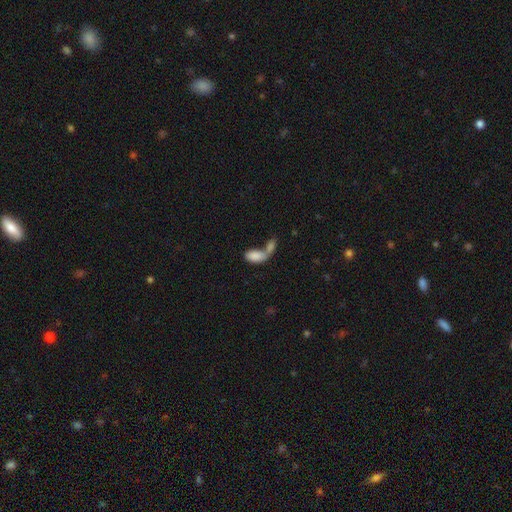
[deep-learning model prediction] Smooth or featured? Predicted: smooth (p=0.83). How rounded? Predicted: in between (p=0.91). Merging? Predicted: merger (p=0.69).